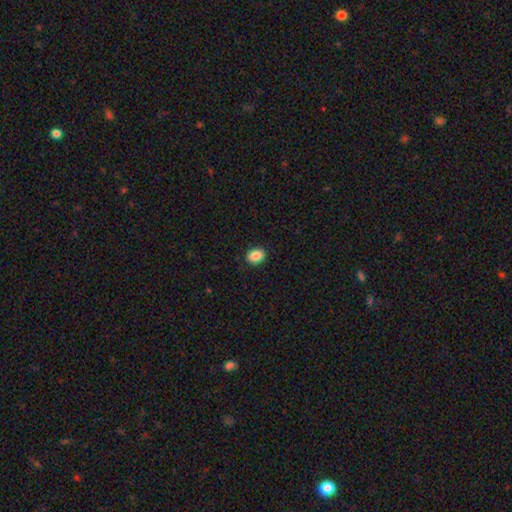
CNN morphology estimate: Smooth or featured?
  - smooth: 88% *
  - star or artifact: 8%
  - featured or disk: 4%
How rounded?
  - in between: 66% *
  - round: 33%
  - cigar-shaped: 1%
Merging?
  - none: 90% *
  - minor disturbance: 7%
  - major disturbance: 2%
  - merger: 1%